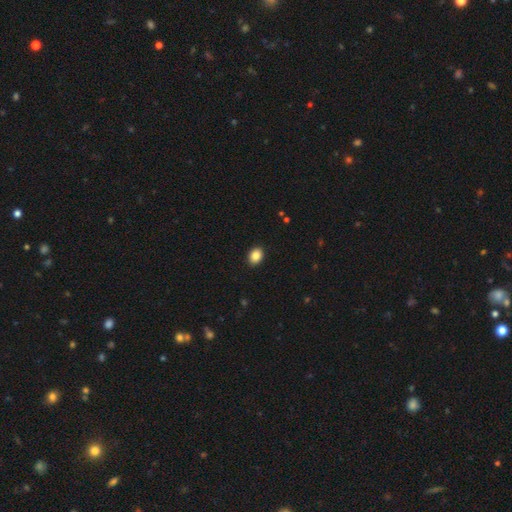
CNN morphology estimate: Smooth or featured? Predicted: smooth (p=0.87). How rounded? Predicted: in between (p=0.62). Merging? Predicted: none (p=0.91).